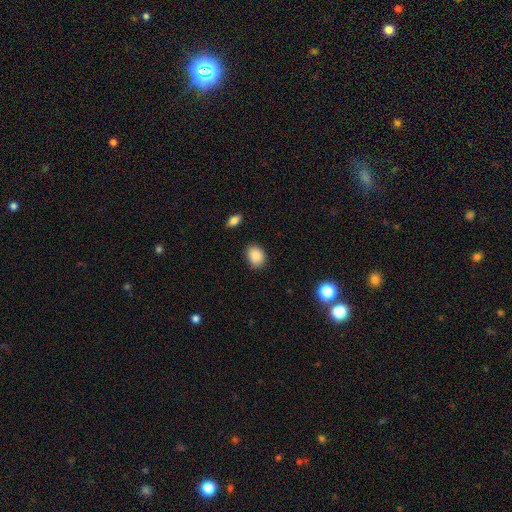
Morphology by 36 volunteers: Smooth or featured? 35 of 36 (97%) said smooth. How rounded? 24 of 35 (69%) said in between. Merging? 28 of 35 (80%) said none.